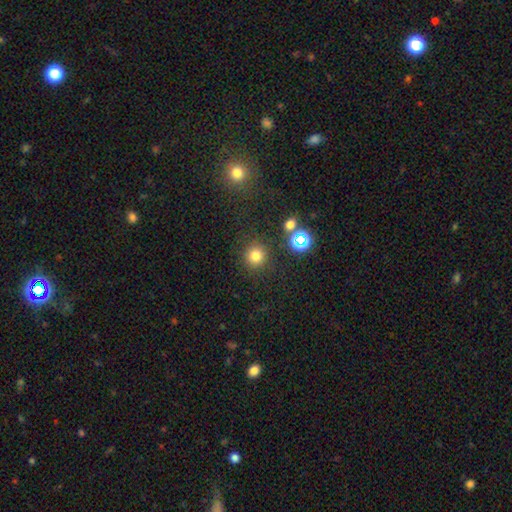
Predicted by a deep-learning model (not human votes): Smooth or featured?
  - smooth: 76% *
  - star or artifact: 18%
  - featured or disk: 6%
How rounded?
  - round: 93% *
  - in between: 6%
  - cigar-shaped: 1%
Merging?
  - none: 86% *
  - minor disturbance: 7%
  - merger: 3%
  - major disturbance: 3%